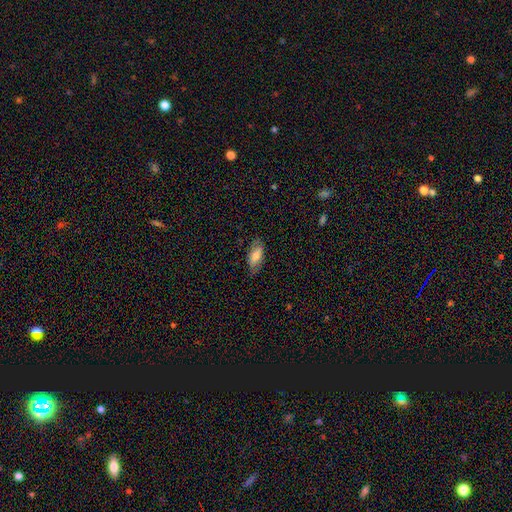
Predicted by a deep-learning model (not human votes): Overall: smooth (68%). How rounded: in between (86%). Merging: none (78%).